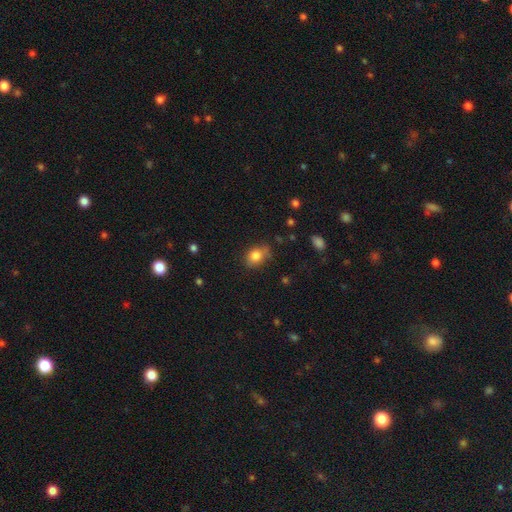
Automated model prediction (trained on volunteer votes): Overall: smooth (81%). How rounded: in between (68%; round 31%). Merging: none (62%; minor disturbance 28%).